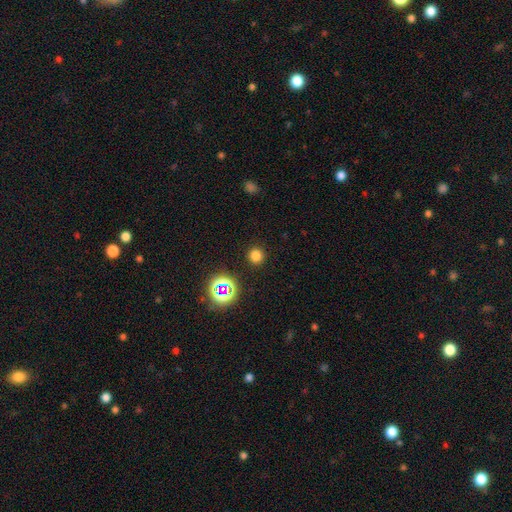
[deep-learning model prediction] The model was most divided on "smooth or featured": smooth: 75%, star or artifact: 20%, featured or disk: 5%. More confident: how rounded — round (94%); merging — none (91%).